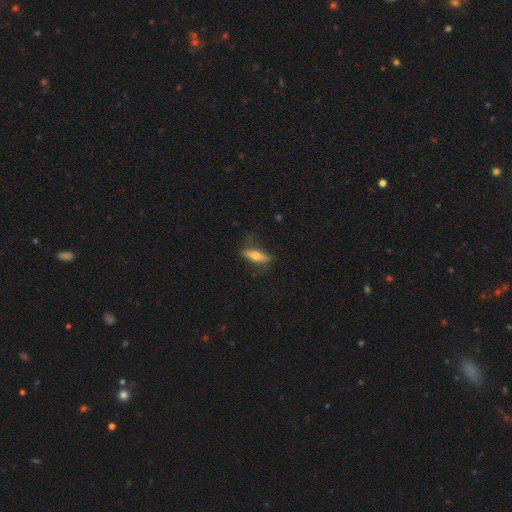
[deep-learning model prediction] smooth 67%, featured or disk 26%, star or artifact 7%. Down the decision tree: how rounded — cigar-shaped (51%); merging — none (70%).